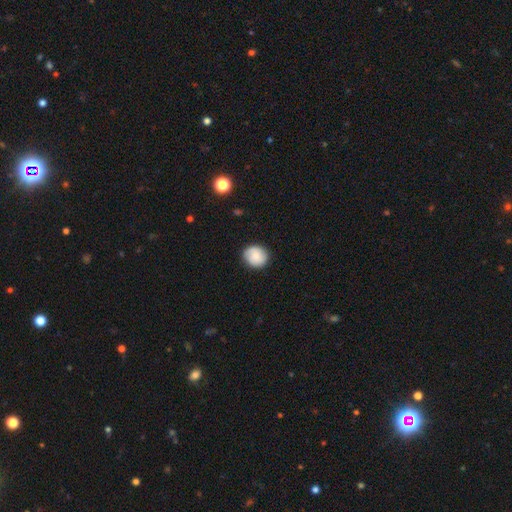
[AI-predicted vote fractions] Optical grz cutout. It shows a smooth galaxy with no disk features (71%) that is round (80%). Merging: none (83%).